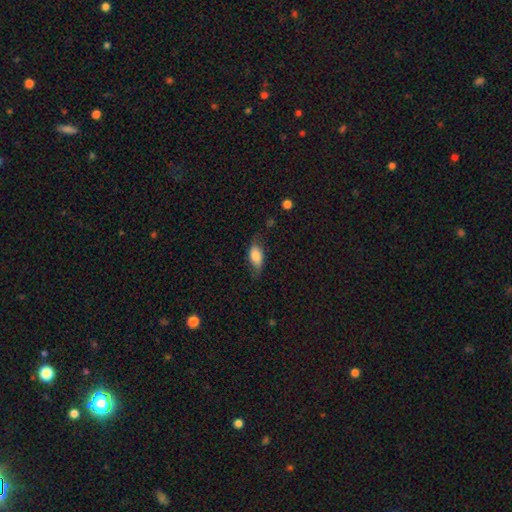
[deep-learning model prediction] This appears to be a smooth galaxy with no disk features (70%) that is in between round and cigar-shaped (85%). Merging: none (60%).